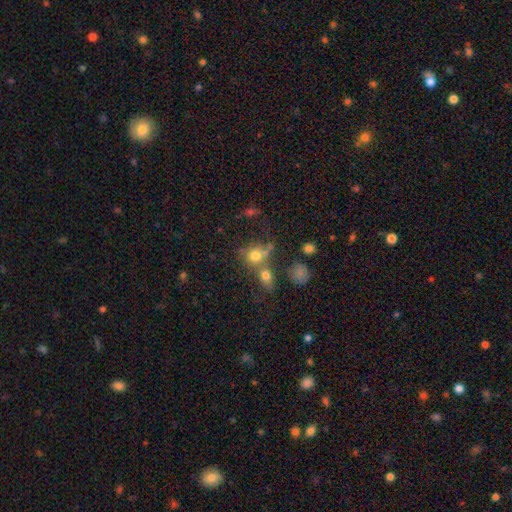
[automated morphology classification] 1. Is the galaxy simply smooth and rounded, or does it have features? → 73% smooth, 15% star or artifact, 12% featured or disk.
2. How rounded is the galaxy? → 77% round, 22% in between, 1% cigar-shaped.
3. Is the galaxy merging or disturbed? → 43% none, 40% merger, 11% minor disturbance, 7% major disturbance.